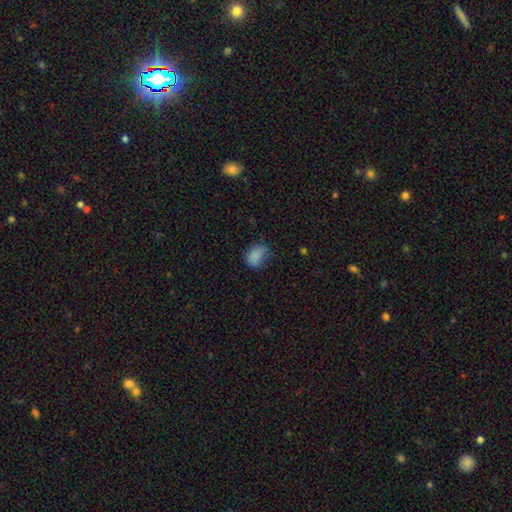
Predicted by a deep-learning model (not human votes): This appears to be a smooth galaxy with no disk features (81%) that is in between round and cigar-shaped (72%). Merging: none (53%).